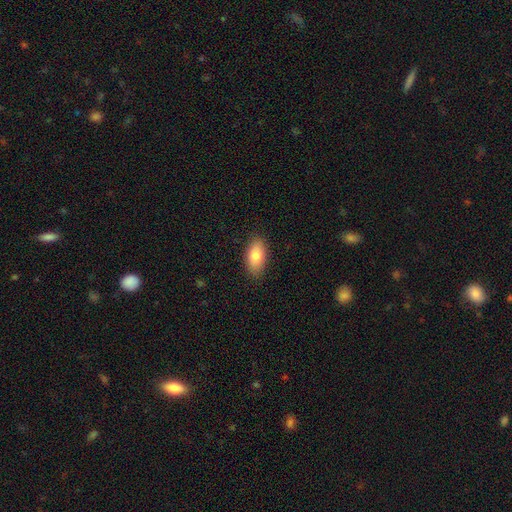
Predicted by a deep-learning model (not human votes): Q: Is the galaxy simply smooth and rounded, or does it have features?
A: smooth — 81%.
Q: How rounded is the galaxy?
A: in between — 91%.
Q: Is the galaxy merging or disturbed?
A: none — 87%.